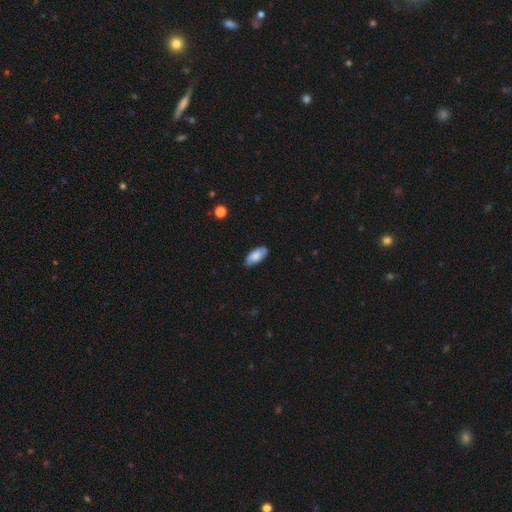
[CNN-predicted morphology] Smooth or featured? Predicted: smooth (p=0.75). How rounded? Predicted: in between (p=0.88). Merging? Predicted: none (p=0.80).